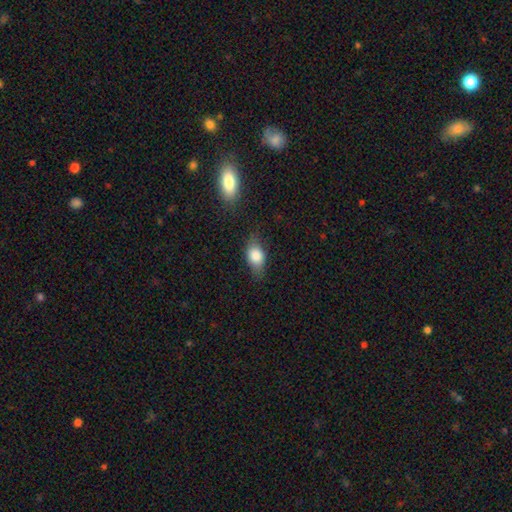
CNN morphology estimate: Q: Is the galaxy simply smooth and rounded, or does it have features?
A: smooth — 79%.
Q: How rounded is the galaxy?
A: in between — 79%.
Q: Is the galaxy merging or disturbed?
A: none — 66%.